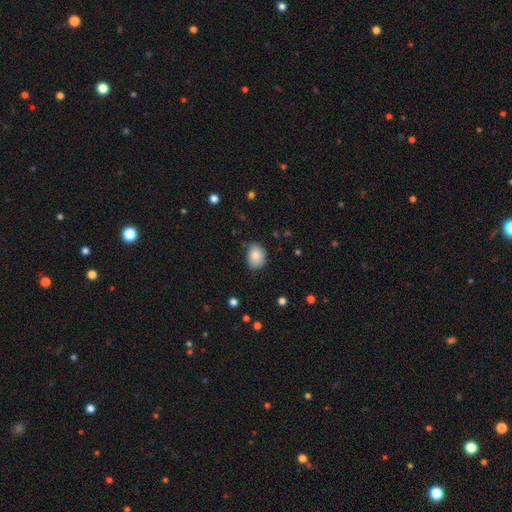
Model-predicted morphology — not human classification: Smooth or featured? smooth (85%)
How rounded? in between (67%)
Merging? none (69%)